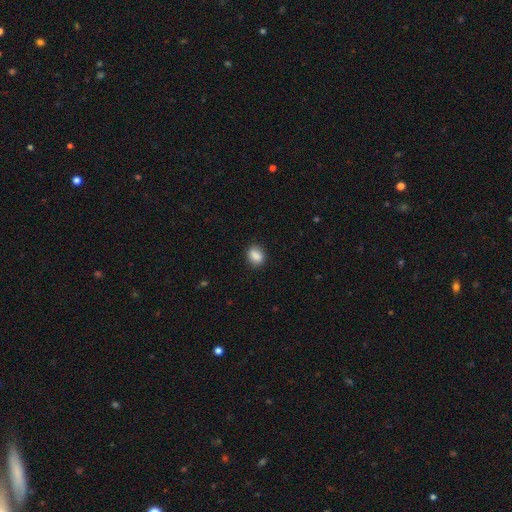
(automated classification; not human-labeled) Smooth or featured? Predicted: smooth (p=0.87). How rounded? Predicted: in between (p=0.52). Merging? Predicted: none (p=0.85).